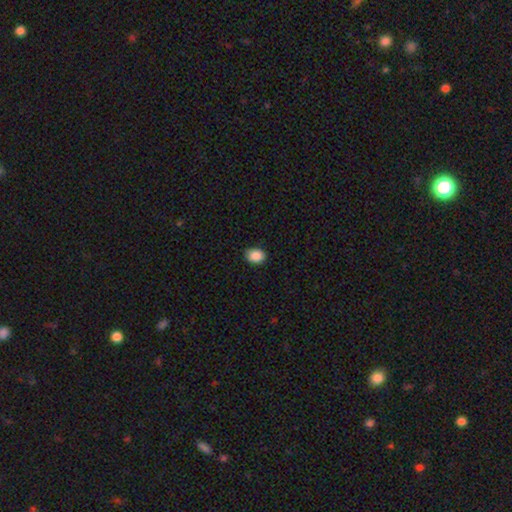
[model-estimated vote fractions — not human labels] The model was most divided on "how rounded": in between: 64%, round: 36%, cigar-shaped: 1%. More confident: smooth or featured — smooth (89%); merging — none (85%).